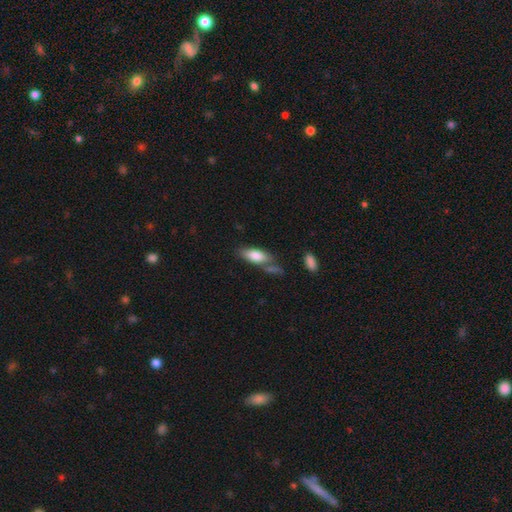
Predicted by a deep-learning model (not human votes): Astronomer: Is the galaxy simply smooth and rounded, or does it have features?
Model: smooth — 78%.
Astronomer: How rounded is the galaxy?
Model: in between — 76%.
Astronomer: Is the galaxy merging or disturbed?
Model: none — 55%.